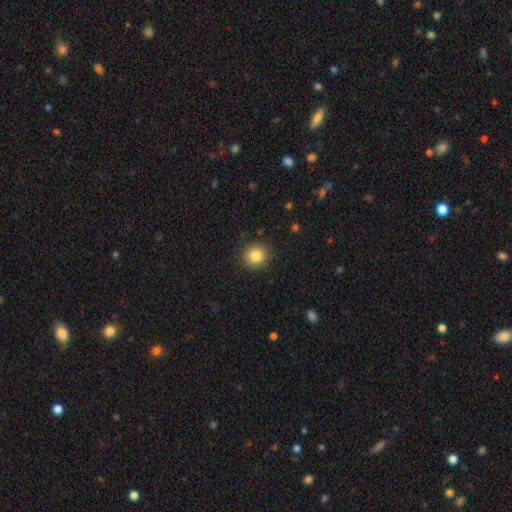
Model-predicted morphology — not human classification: smooth_or_featured: smooth (p=0.84) [alt: star or artifact p=0.10]
how_rounded: round (p=0.90) [alt: in between p=0.09]
merging: none (p=0.90) [alt: minor disturbance p=0.07]